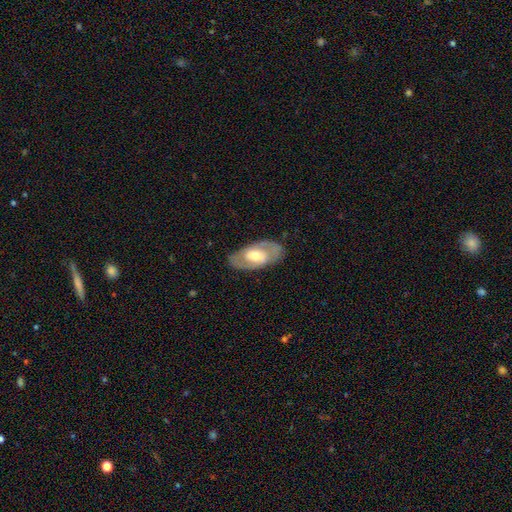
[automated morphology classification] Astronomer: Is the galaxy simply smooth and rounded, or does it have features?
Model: featured or disk — 65%.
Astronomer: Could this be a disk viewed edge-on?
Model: no — 91%.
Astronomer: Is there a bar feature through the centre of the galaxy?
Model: no — 41% (runner-up: weak, 39%).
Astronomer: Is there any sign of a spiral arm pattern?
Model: yes — 58% (runner-up: no, 42%).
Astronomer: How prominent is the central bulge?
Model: moderate — 66%.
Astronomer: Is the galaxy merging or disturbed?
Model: none — 82%.